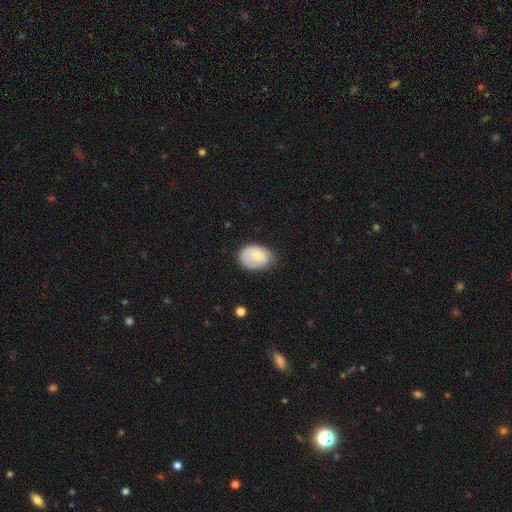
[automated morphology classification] Overall: smooth (71%). How rounded: in between (77%). Merging: none (63%; minor disturbance 27%).